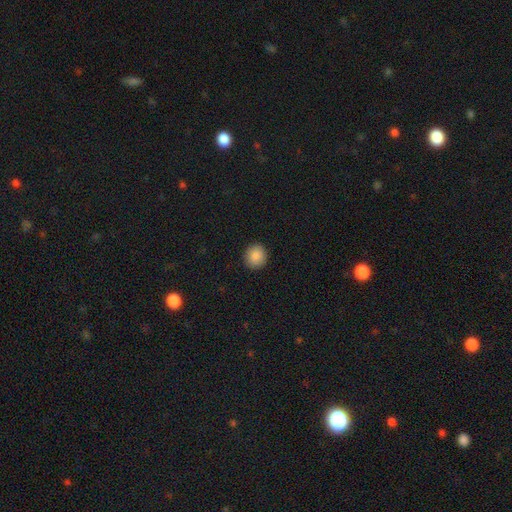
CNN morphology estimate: Smooth or featured? Predicted: smooth (p=0.88). How rounded? Predicted: round (p=0.88). Merging? Predicted: none (p=0.92).